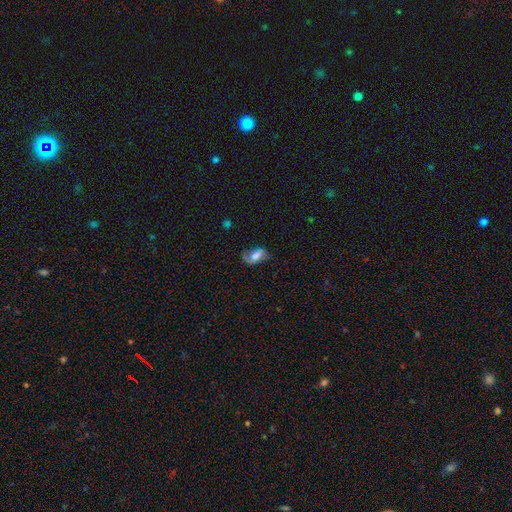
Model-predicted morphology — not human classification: This appears to be a featured or disk galaxy (55%) with no bar (39%), spiral arms (84%) and a moderate central bulge (43%). Merging: none (53%).